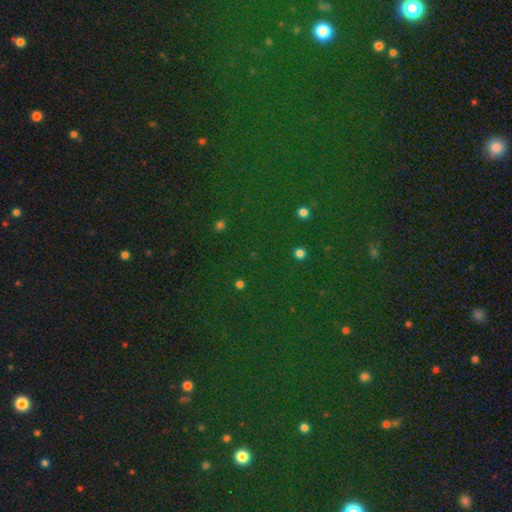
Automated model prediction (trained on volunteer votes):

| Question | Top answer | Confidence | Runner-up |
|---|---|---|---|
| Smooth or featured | star or artifact | 78% | smooth (14%) |